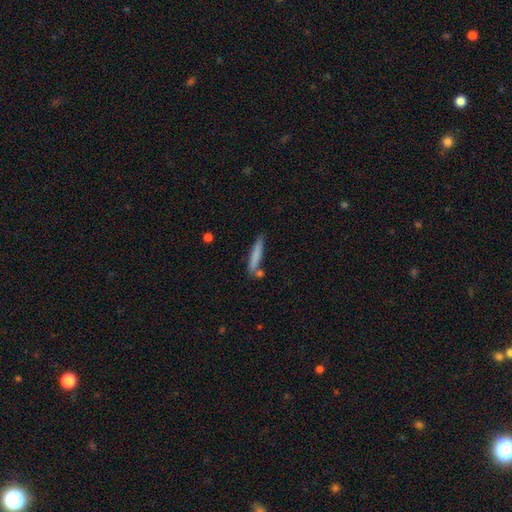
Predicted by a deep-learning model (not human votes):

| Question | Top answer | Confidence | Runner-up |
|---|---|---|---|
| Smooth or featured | smooth | 75% | featured or disk (19%) |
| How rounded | cigar-shaped | 92% | in between (7%) |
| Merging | none | 75% | minor disturbance (14%) |